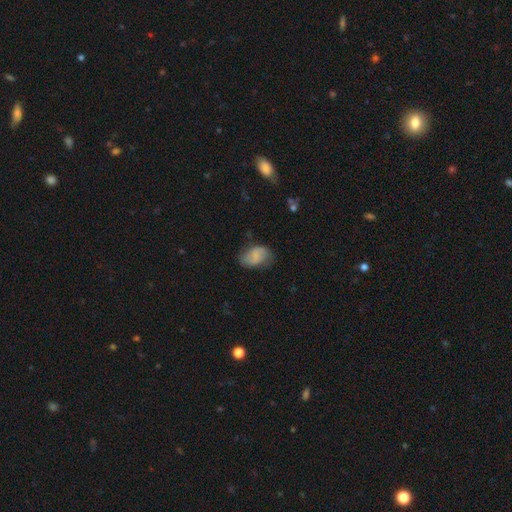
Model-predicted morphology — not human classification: The model was most divided on "merging": none: 61%, minor disturbance: 28%, major disturbance: 9%, merger: 2%. More confident: how rounded — in between (88%); smooth or featured — smooth (72%).